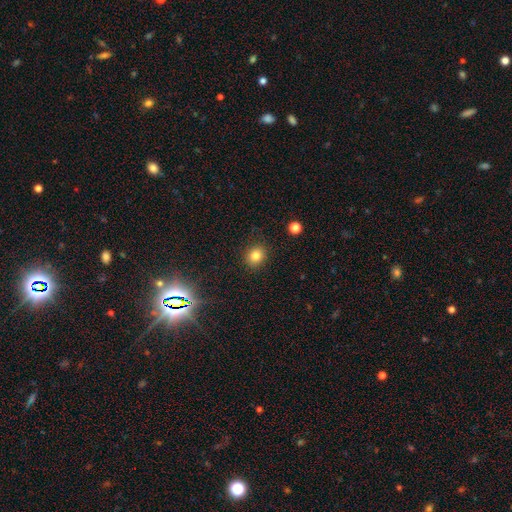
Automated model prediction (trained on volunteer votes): Q: Smooth or featured?
A: smooth (81%); runner-up: star or artifact (12%)
Q: How rounded?
A: round (74%); runner-up: in between (25%)
Q: Merging?
A: none (88%); runner-up: minor disturbance (8%)